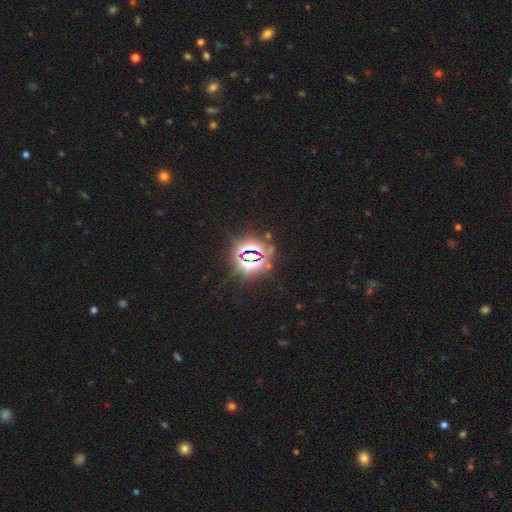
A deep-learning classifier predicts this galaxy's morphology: Q: Smooth or featured?
A: star or artifact (81%); runner-up: smooth (11%)